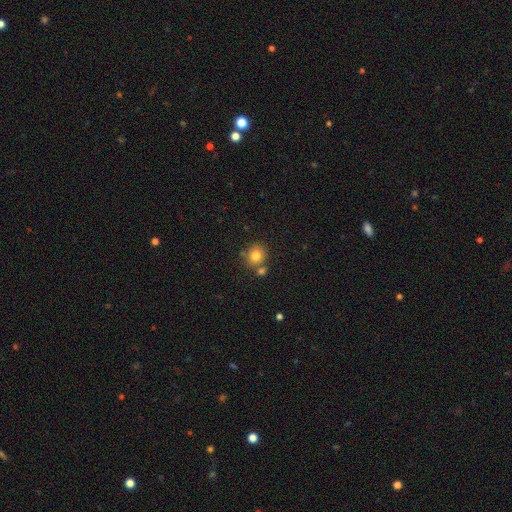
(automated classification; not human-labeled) Smooth or featured?
  - smooth: 79% *
  - star or artifact: 11%
  - featured or disk: 9%
How rounded?
  - round: 83% *
  - in between: 16%
  - cigar-shaped: 1%
Merging?
  - none: 68% *
  - merger: 19%
  - minor disturbance: 11%
  - major disturbance: 3%